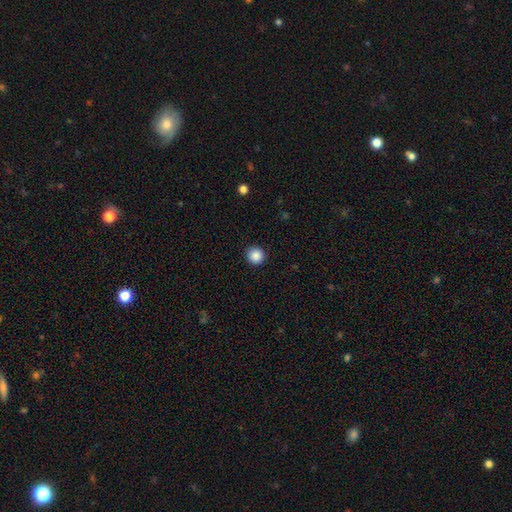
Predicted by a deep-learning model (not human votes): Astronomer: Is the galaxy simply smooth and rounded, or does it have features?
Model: smooth — 88%.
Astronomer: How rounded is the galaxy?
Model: round — 94%.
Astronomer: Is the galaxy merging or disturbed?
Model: none — 92%.